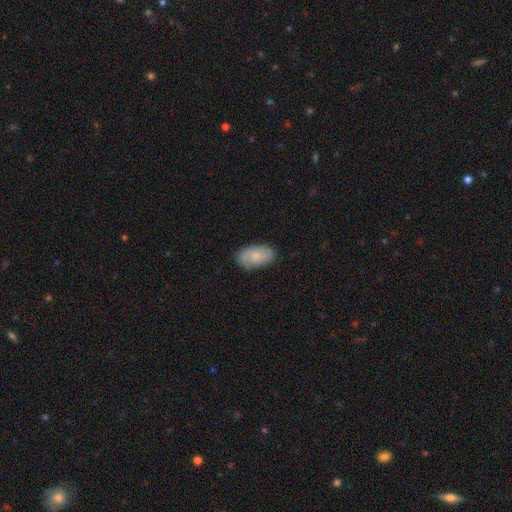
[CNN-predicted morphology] Smooth or featured: smooth — 66% (featured or disk — 27%)
How rounded: in between — 93% (round — 5%)
Merging: none — 75% (minor disturbance — 20%)